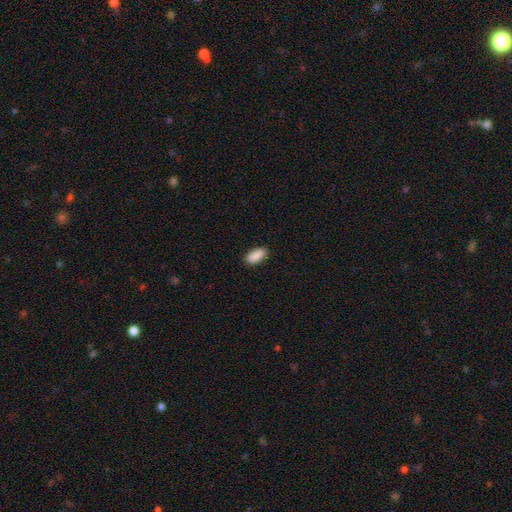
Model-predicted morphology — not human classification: Q: Smooth or featured?
A: smooth (91%); runner-up: star or artifact (6%)
Q: How rounded?
A: in between (90%); runner-up: cigar-shaped (8%)
Q: Merging?
A: none (89%); runner-up: minor disturbance (8%)